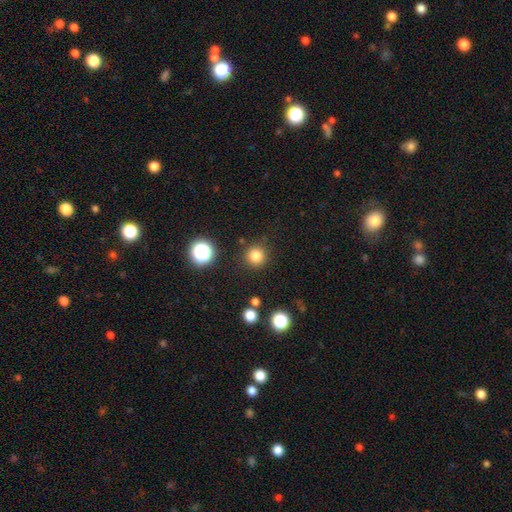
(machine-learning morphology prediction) A smooth galaxy with no disk features (81%) that is round (95%). Merging: none (89%).